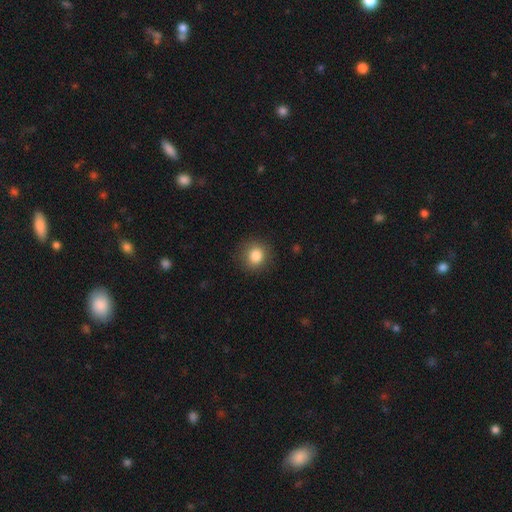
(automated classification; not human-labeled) A smooth galaxy with no disk features (84%) that is round (86%). Merging: none (88%).